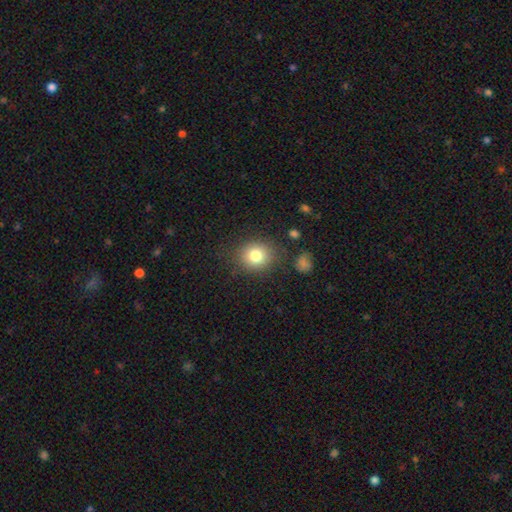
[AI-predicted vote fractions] Overall: smooth (80%). How rounded: round (78%). Merging: none (84%).